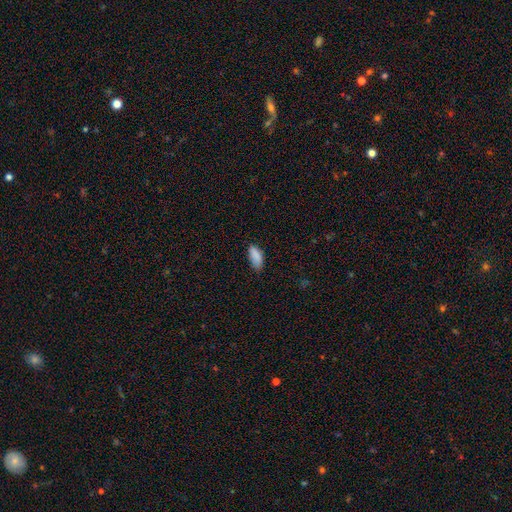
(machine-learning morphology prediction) Smooth or featured?
  - smooth: 88% *
  - star or artifact: 7%
  - featured or disk: 5%
How rounded?
  - in between: 86% *
  - cigar-shaped: 13%
  - round: 2%
Merging?
  - none: 75% *
  - minor disturbance: 21%
  - major disturbance: 3%
  - merger: 1%